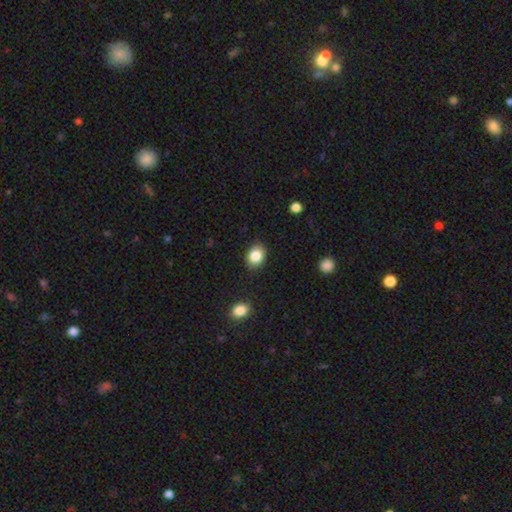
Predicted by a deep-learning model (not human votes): The model was most divided on "how rounded": in between: 61%, round: 38%, cigar-shaped: 1%. More confident: merging — none (87%); smooth or featured — smooth (85%).